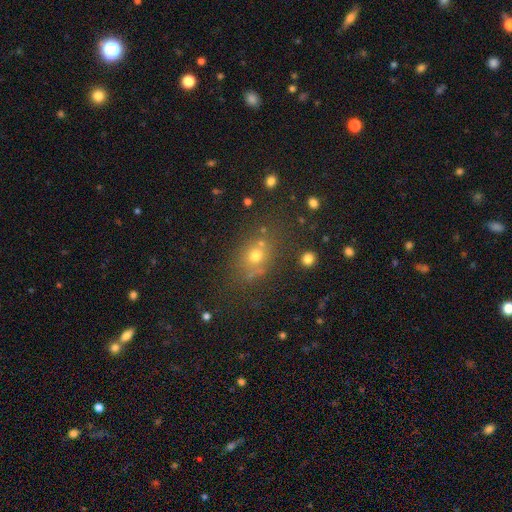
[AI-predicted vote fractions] smooth_or_featured: smooth (p=0.64) [alt: star or artifact p=0.22]
how_rounded: round (p=0.58) [alt: in between p=0.40]
merging: none (p=0.71) [alt: minor disturbance p=0.14]